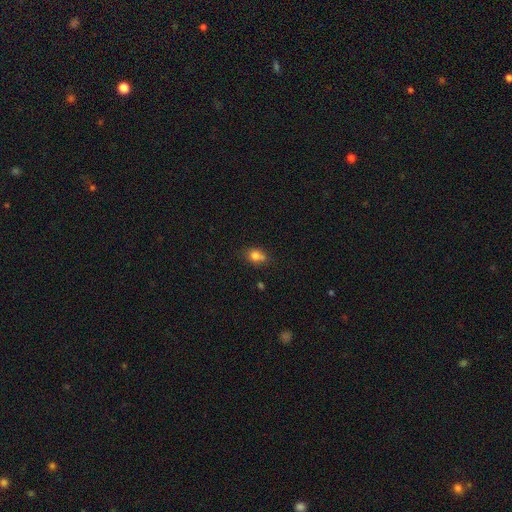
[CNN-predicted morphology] Smooth or featured? Predicted: smooth (p=0.79). How rounded? Predicted: in between (p=0.55). Merging? Predicted: none (p=0.54).